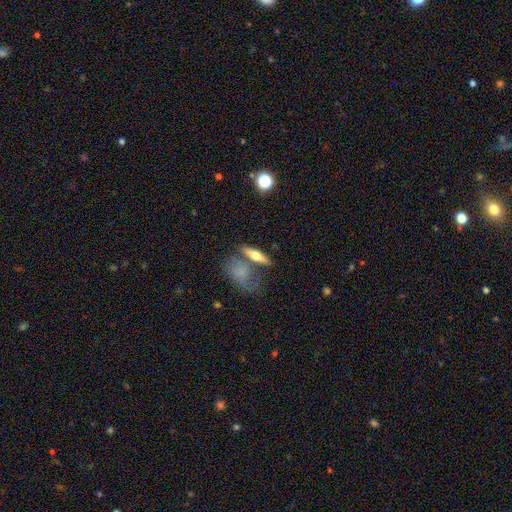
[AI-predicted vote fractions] smooth_or_featured: smooth (p=0.50) [alt: featured or disk p=0.43]
merging: none (p=0.59) [alt: merger p=0.19]